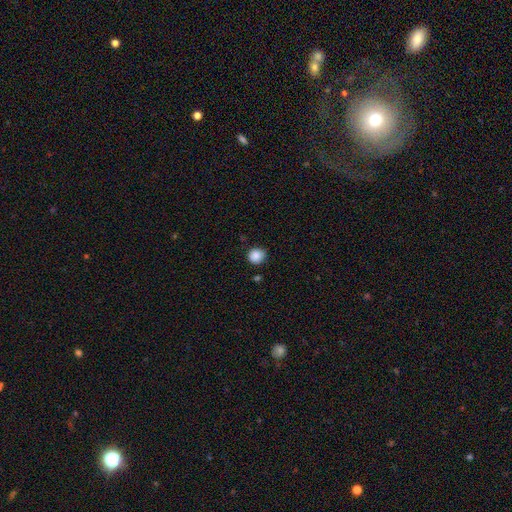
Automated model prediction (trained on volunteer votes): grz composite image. It shows a smooth galaxy with no disk features (87%) that is round (91%). Merging: none (85%).